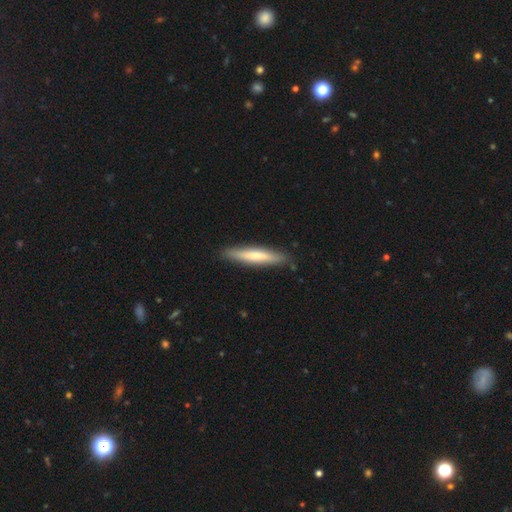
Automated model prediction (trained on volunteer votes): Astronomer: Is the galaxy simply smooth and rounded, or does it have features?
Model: smooth — 61%.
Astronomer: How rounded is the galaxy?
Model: cigar-shaped — 91%.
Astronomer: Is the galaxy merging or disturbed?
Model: none — 88%.